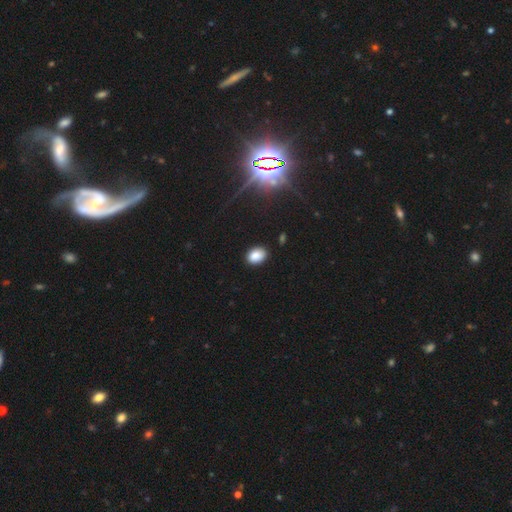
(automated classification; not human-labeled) smooth 86%, star or artifact 10%, featured or disk 5%. Down the decision tree: how rounded — in between (73%); merging — none (86%).